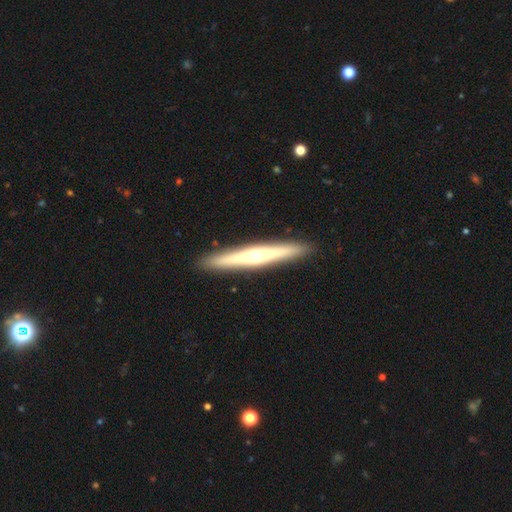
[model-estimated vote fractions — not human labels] A featured or disk galaxy (65%) viewed edge-on (95%) with a rounded central bulge (85%).

Vote fractions:
- Smooth or featured? featured or disk: 65% / smooth: 30% / star or artifact: 5%
- Edge-on disk? yes: 95% / no: 5%
- Edge-on bulge? rounded: 85% / none: 11% / boxy: 5%
- Merging? none: 92% / minor disturbance: 6% / major disturbance: 1% / merger: 1%